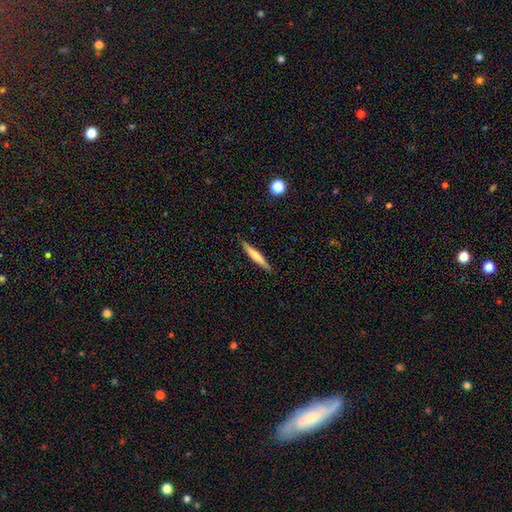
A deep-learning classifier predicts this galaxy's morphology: Smooth or featured: smooth — 51% (featured or disk — 43%)
How rounded: cigar-shaped — 94% (in between — 5%)
Merging: none — 89% (minor disturbance — 8%)